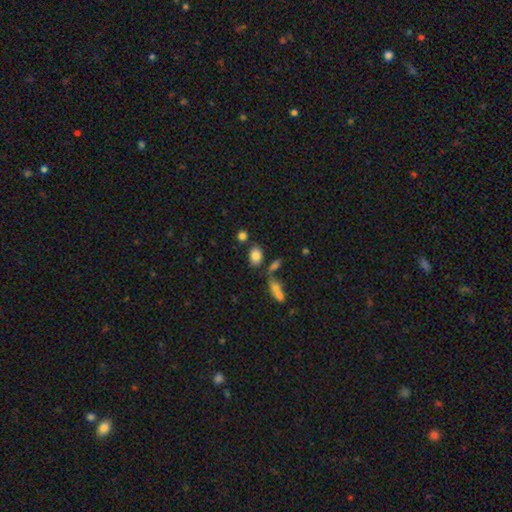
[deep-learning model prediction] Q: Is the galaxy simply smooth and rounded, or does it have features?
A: smooth — 83%.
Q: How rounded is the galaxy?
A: in between — 78%.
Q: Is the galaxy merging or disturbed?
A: none — 70%.